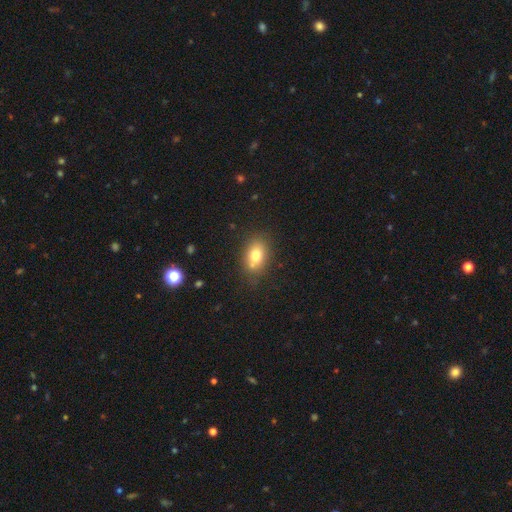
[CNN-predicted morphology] Smooth or featured? smooth (76%)
How rounded? in between (77%)
Merging? none (73%)